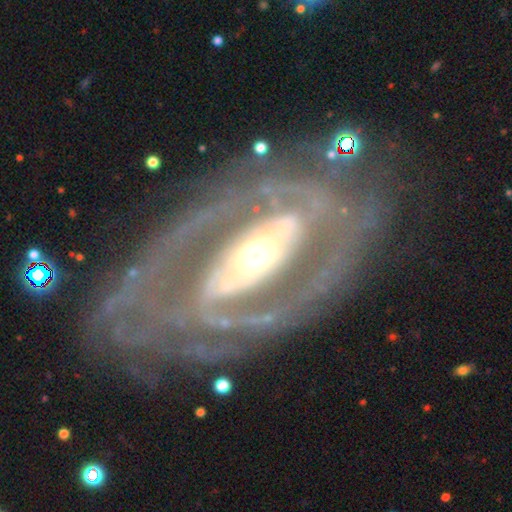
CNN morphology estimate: The model was most divided on "spiral winding": tight: 44%, medium: 41%, loose: 14%. More confident: edge-on disk — no (94%); spiral arms — yes (91%); smooth or featured — featured or disk (90%); spiral arm count — 2 (70%); merging — none (69%); bar — strong (63%); bulge size — moderate (57%).